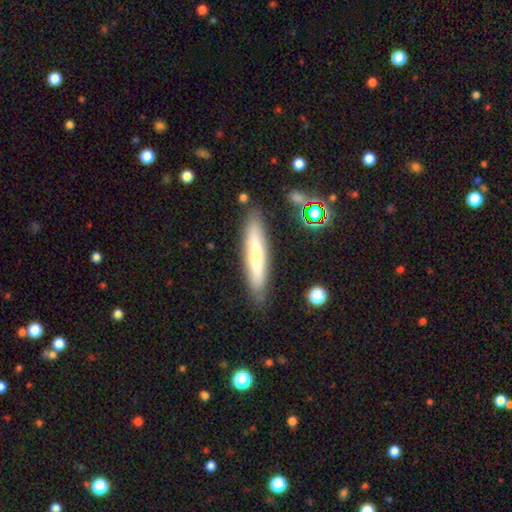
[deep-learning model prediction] A smooth galaxy with no disk features (59%) that is cigar-shaped (87%).

Vote fractions:
- Smooth or featured? smooth: 59% / featured or disk: 34% / star or artifact: 7%
- How rounded? cigar-shaped: 87% / in between: 11% / round: 1%
- Merging? none: 85% / minor disturbance: 11% / major disturbance: 2% / merger: 2%